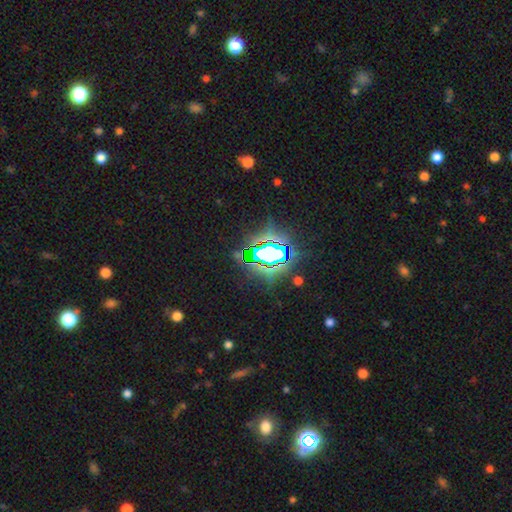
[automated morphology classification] star or artifact 84%, smooth 9%, featured or disk 7%.